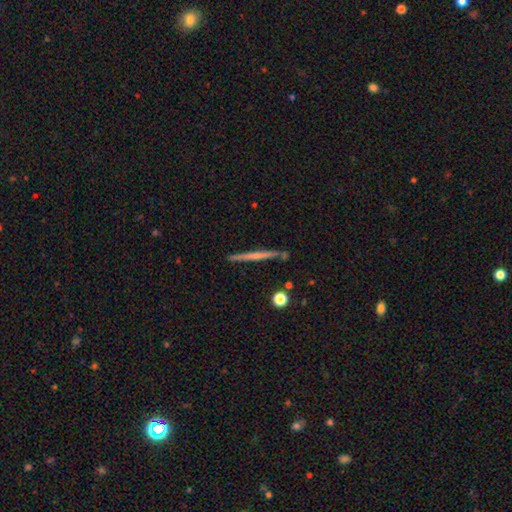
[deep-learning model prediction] A featured or disk galaxy (51%) viewed edge-on (97%).

Vote fractions:
- Smooth or featured? featured or disk: 51% / smooth: 43% / star or artifact: 6%
- Edge-on disk? yes: 97% / no: 3%
- Merging? none: 87% / minor disturbance: 8% / merger: 3% / major disturbance: 2%